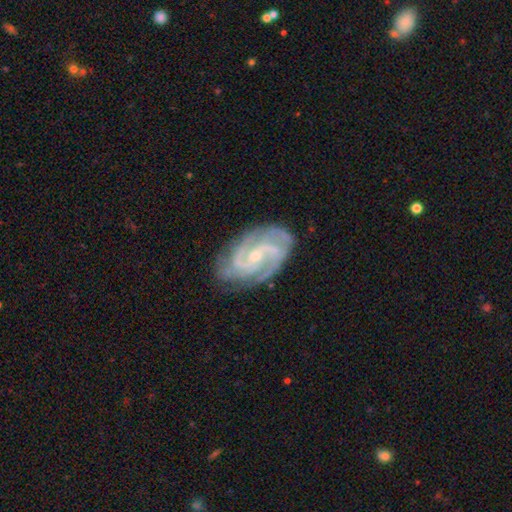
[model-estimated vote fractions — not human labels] smooth-or-featured: featured or disk: 90% | star or artifact: 5% | smooth: 5%
  disk-edge-on: no: 97% | yes: 3%
    bar: weak: 45% | no: 42% | strong: 13%
    has-spiral-arms: yes: 98% | no: 2%
      spiral-winding: tight: 48% | medium: 44% | loose: 8%
      spiral-arm-count: 2: 43% | 3: 29% | can't tell: 12% | 4: 8% | 1: 5% | more than 4: 5%
    bulge-size: small: 65% | moderate: 31% | none: 2% | large: 1% | dominant: 1%
  merging: none: 76% | minor disturbance: 18% | major disturbance: 5% | merger: 1%